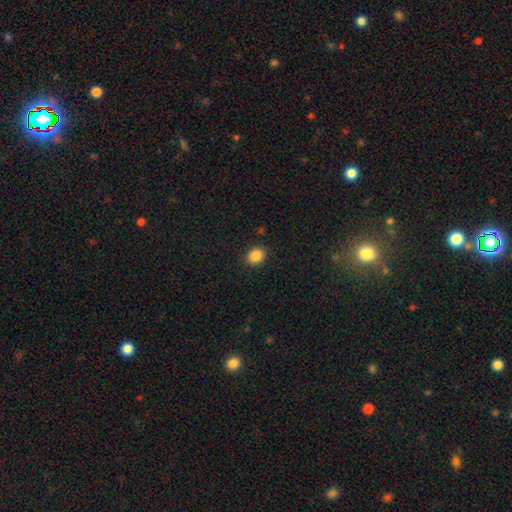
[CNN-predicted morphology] Q: Smooth or featured?
A: smooth (86%); runner-up: star or artifact (10%)
Q: How rounded?
A: round (58%); runner-up: in between (41%)
Q: Merging?
A: none (89%); runner-up: minor disturbance (8%)